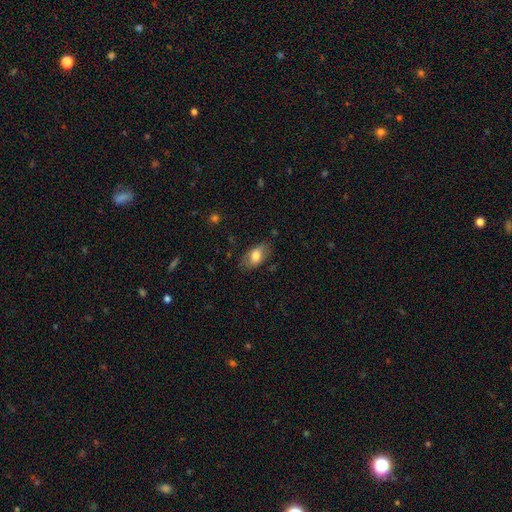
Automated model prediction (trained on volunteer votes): Smooth or featured? Predicted: smooth (p=0.74). How rounded? Predicted: in between (p=0.91). Merging? Predicted: none (p=0.73).